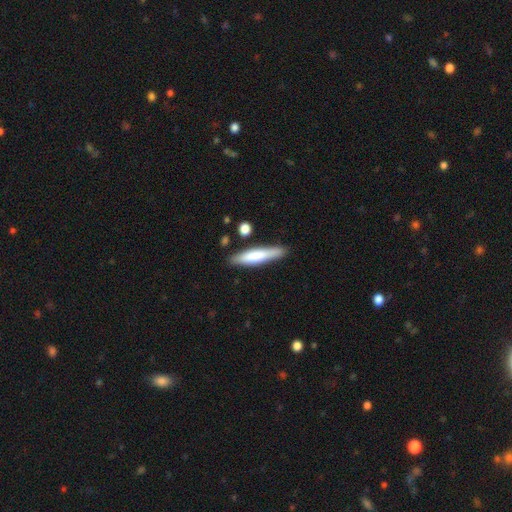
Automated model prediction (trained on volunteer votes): Smooth or featured: smooth — 71% (featured or disk — 24%)
How rounded: cigar-shaped — 86% (in between — 12%)
Merging: none — 81% (minor disturbance — 13%)